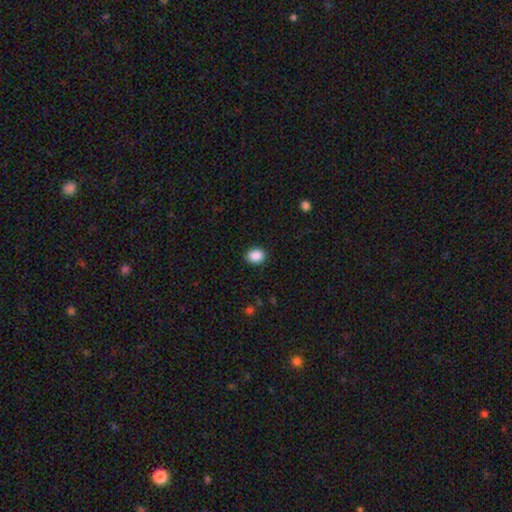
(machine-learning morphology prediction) This appears to be a smooth galaxy with no disk features (89%) that is in between round and cigar-shaped (50%). Merging: none (89%).